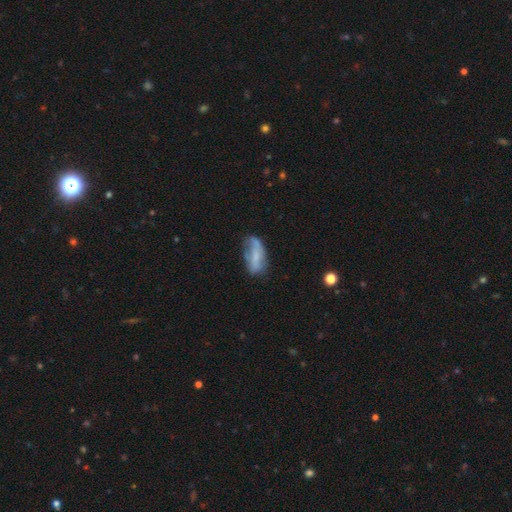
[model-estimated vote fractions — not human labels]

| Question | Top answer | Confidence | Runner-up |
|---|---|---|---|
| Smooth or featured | smooth | 53% | featured or disk (38%) |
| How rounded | in between | 84% | cigar-shaped (12%) |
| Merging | none | 41% | minor disturbance (32%) |